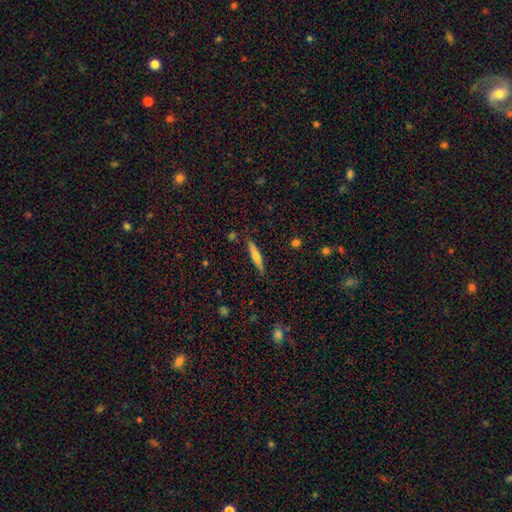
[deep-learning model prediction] The model was most divided on "smooth or featured": smooth: 60%, featured or disk: 34%, star or artifact: 6%. More confident: how rounded — cigar-shaped (89%); merging — none (87%).